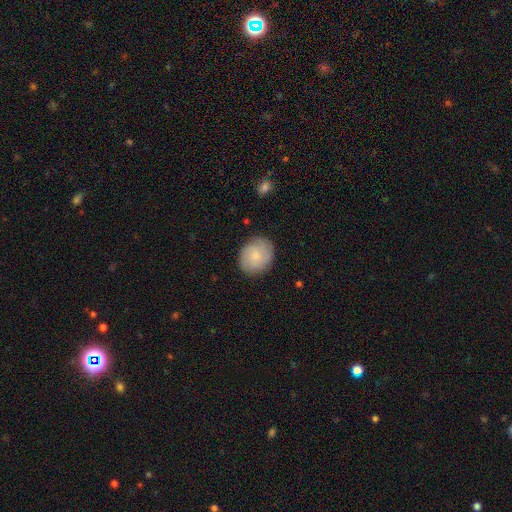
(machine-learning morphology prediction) Smooth or featured: smooth — 69% (featured or disk — 24%)
How rounded: round — 64% (in between — 35%)
Merging: none — 84% (minor disturbance — 12%)